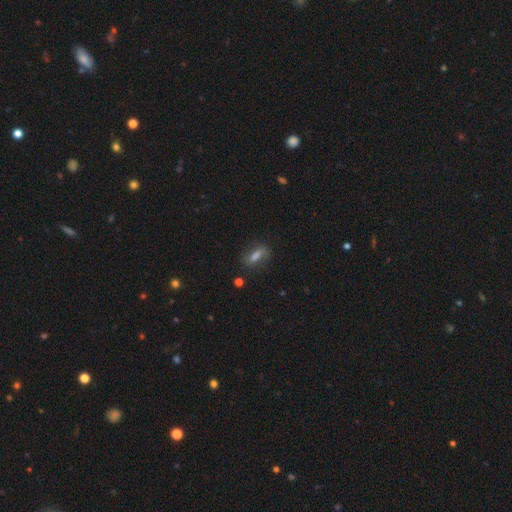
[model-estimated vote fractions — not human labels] Smooth or featured: smooth — 61% (featured or disk — 25%)
How rounded: in between — 53% (cigar-shaped — 41%)
Merging: none — 76% (minor disturbance — 16%)